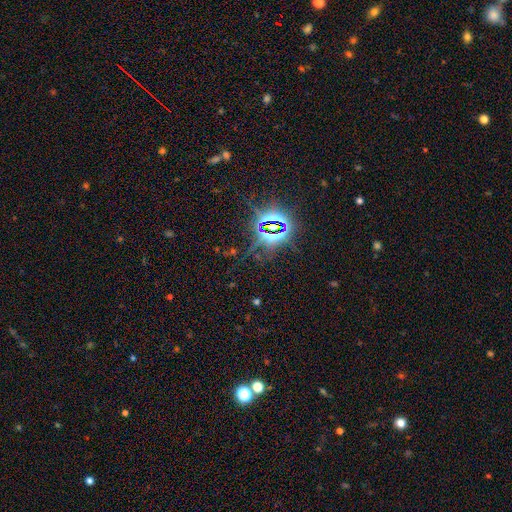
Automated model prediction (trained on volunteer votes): Smooth or featured: star or artifact — 85% (smooth — 9%)